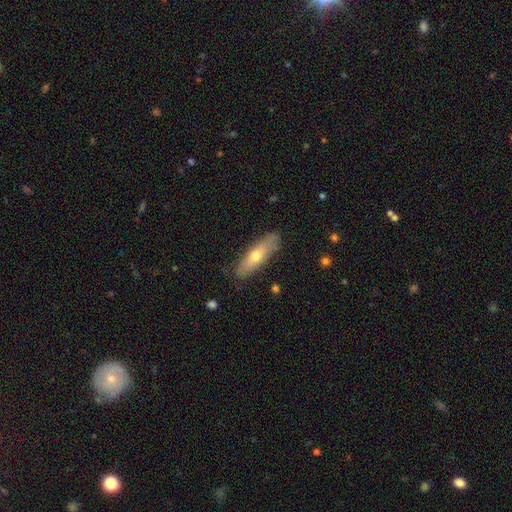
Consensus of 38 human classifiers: Overall: smooth (68%). How rounded: cigar-shaped (58%; in between 42%). Merging: none (83%).